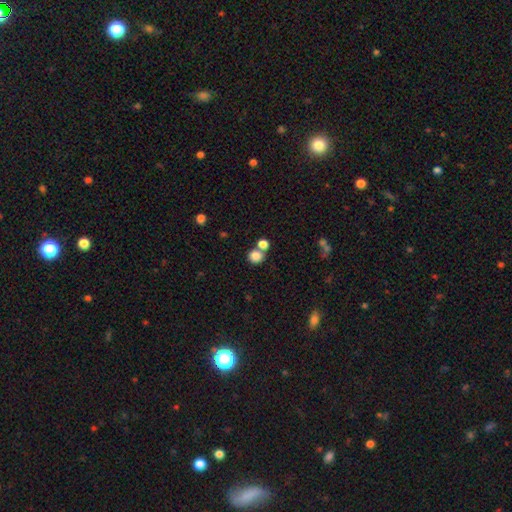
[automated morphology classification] smooth 83%, star or artifact 10%, featured or disk 6%. Down the decision tree: how rounded — round (84%); merging — none (53%).